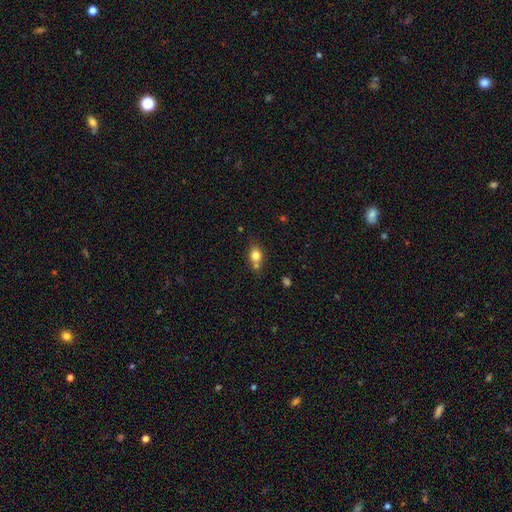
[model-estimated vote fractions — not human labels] This appears to be a smooth galaxy with no disk features (79%) that is round (53%). Merging: none (51%).